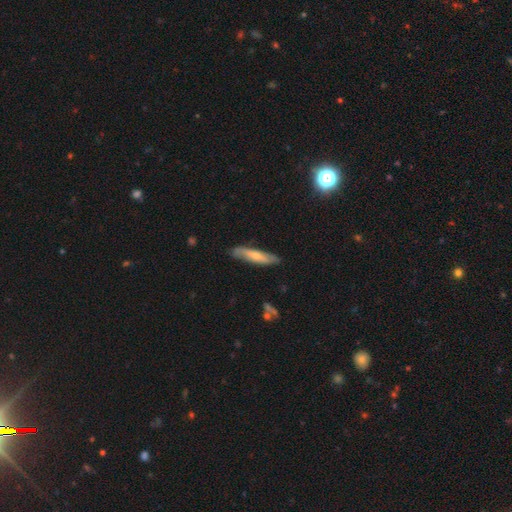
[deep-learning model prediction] The model was most divided on "smooth or featured": smooth: 55%, featured or disk: 40%, star or artifact: 6%. More confident: how rounded — cigar-shaped (80%); merging — none (79%).